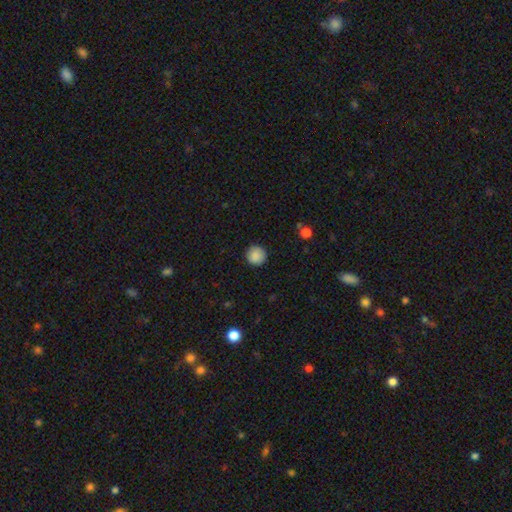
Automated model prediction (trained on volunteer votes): Smooth or featured?
  - smooth: 88% *
  - star or artifact: 8%
  - featured or disk: 3%
How rounded?
  - round: 94% *
  - in between: 5%
  - cigar-shaped: 1%
Merging?
  - none: 90% *
  - minor disturbance: 7%
  - major disturbance: 2%
  - merger: 1%